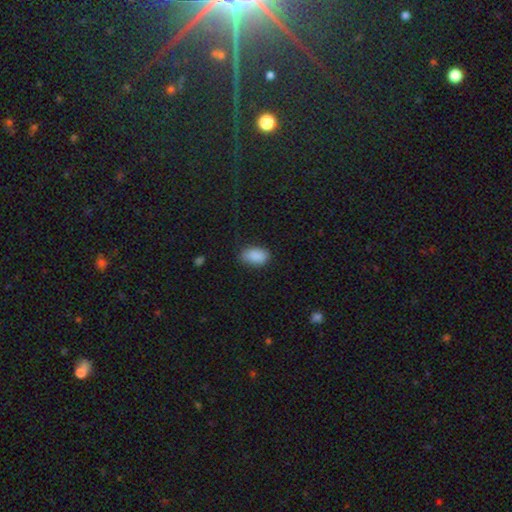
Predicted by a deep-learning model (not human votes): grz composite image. It shows a smooth galaxy with no disk features (89%) that is in between round and cigar-shaped (91%). Merging: none (77%).